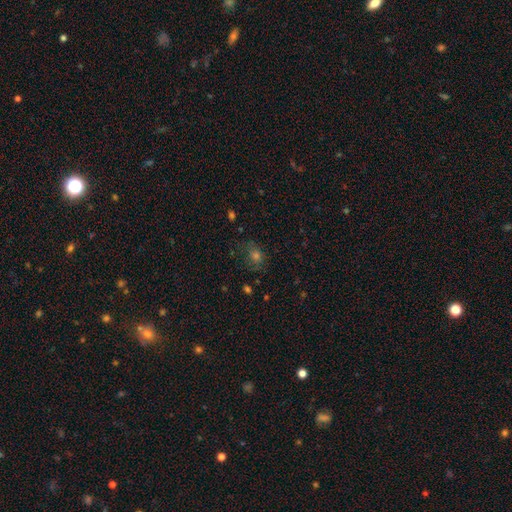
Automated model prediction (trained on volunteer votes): smooth_or_featured: smooth (p=0.53) [alt: star or artifact p=0.31]
how_rounded: round (p=0.58) [alt: in between p=0.40]
merging: none (p=0.64) [alt: minor disturbance p=0.21]